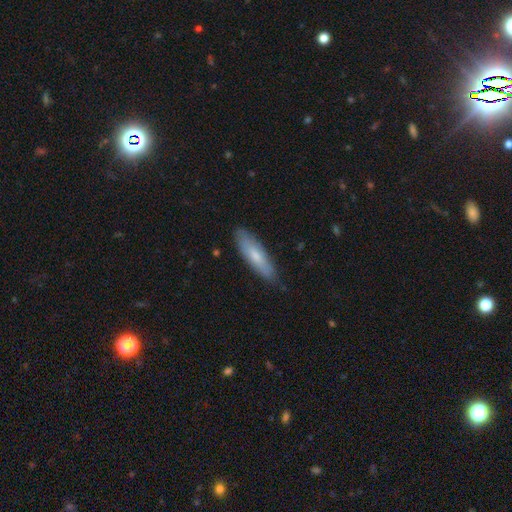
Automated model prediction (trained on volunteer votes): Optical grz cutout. It shows a smooth galaxy with no disk features (69%) that is cigar-shaped (60%). Merging: none (83%).